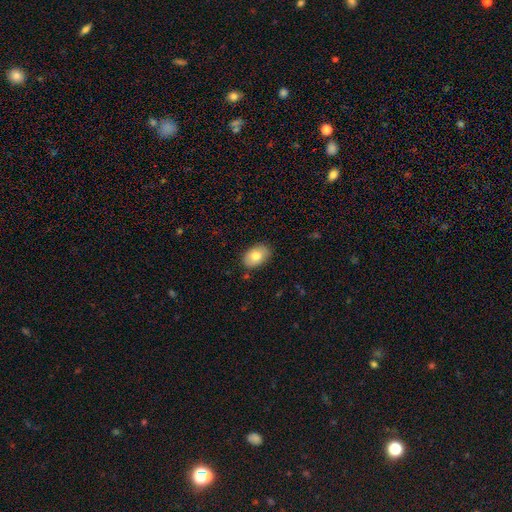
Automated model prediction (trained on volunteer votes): smooth_or_featured: smooth (p=0.77) [alt: featured or disk p=0.16]
how_rounded: in between (p=0.87) [alt: round p=0.12]
merging: none (p=0.85) [alt: minor disturbance p=0.12]